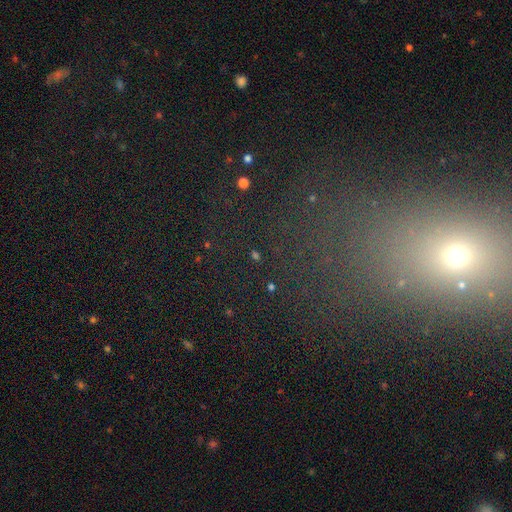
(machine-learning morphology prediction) Smooth or featured: star or artifact — 66% (smooth — 22%)